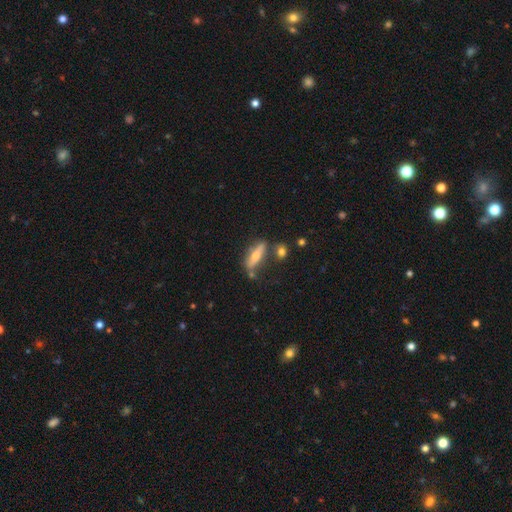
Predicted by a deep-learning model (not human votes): Overall: featured or disk (48%; smooth 44%). Merging: none (66%).